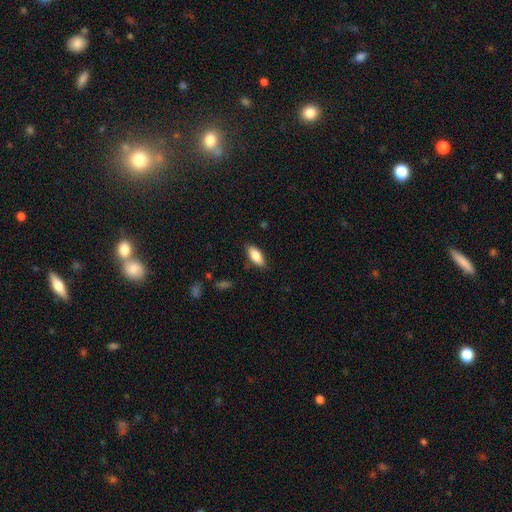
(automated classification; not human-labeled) Smooth or featured?
  - smooth: 81% *
  - featured or disk: 12%
  - star or artifact: 7%
How rounded?
  - in between: 80% *
  - cigar-shaped: 17%
  - round: 2%
Merging?
  - none: 84% *
  - minor disturbance: 12%
  - major disturbance: 2%
  - merger: 1%